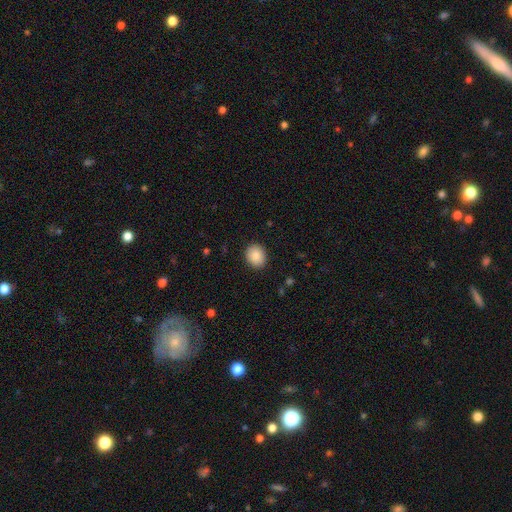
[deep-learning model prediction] smooth-or-featured: smooth: 88% | star or artifact: 8% | featured or disk: 5%
  how-rounded: round: 60% | in between: 40% | cigar-shaped: 1%
  merging: none: 90% | minor disturbance: 7% | major disturbance: 2% | merger: 1%